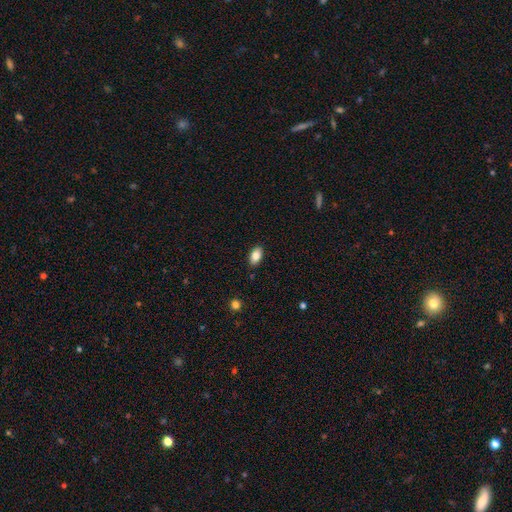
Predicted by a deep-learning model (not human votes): Smooth or featured?
  - smooth: 84% *
  - featured or disk: 9%
  - star or artifact: 8%
How rounded?
  - in between: 92% *
  - round: 5%
  - cigar-shaped: 3%
Merging?
  - none: 88% *
  - minor disturbance: 9%
  - major disturbance: 2%
  - merger: 1%